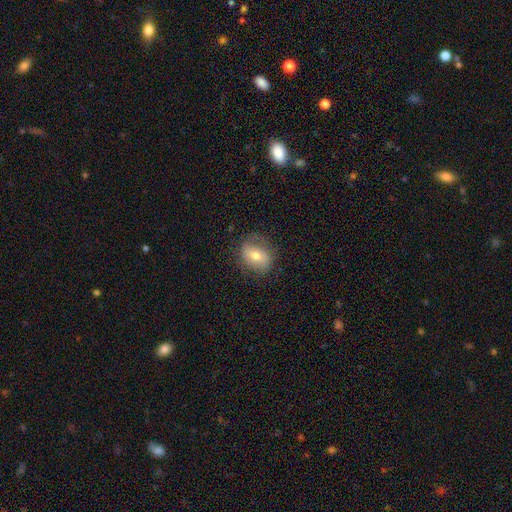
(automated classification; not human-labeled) smooth_or_featured: smooth (p=0.55) [alt: featured or disk p=0.37]
how_rounded: in between (p=0.54) [alt: round p=0.44]
merging: none (p=0.75) [alt: minor disturbance p=0.17]